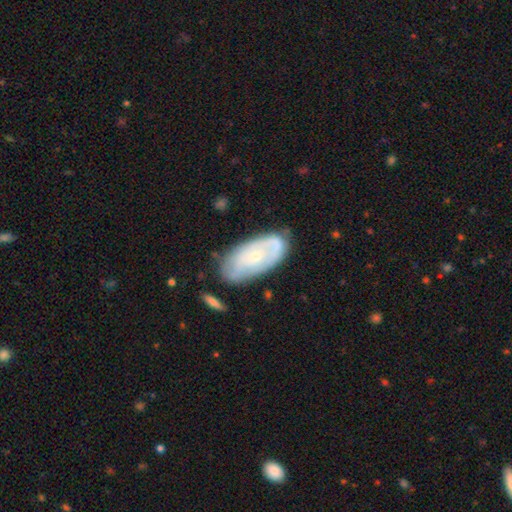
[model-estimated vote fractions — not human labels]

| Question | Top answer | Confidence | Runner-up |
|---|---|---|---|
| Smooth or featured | featured or disk | 60% | smooth (34%) |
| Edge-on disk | no | 92% | yes (8%) |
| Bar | no | 76% | weak (20%) |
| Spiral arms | yes | 65% | no (35%) |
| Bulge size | small | 67% | moderate (28%) |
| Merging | none | 66% | minor disturbance (24%) |